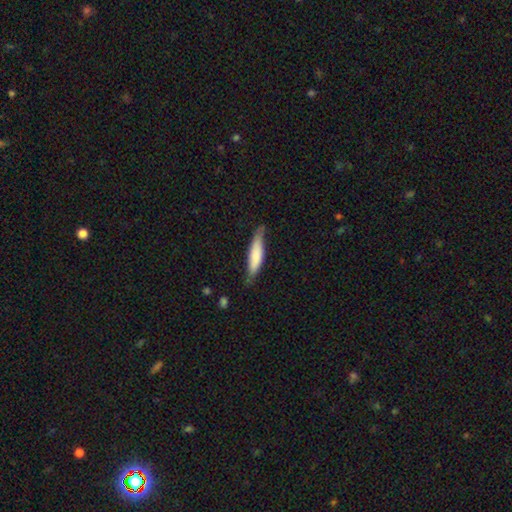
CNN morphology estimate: Smooth or featured: smooth — 70% (featured or disk — 25%)
How rounded: cigar-shaped — 75% (in between — 23%)
Merging: none — 64% (minor disturbance — 28%)